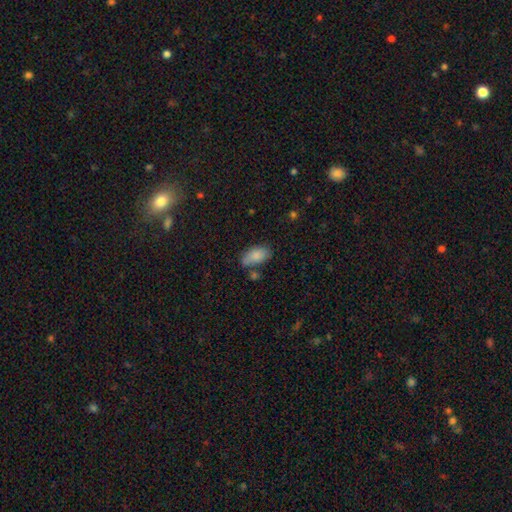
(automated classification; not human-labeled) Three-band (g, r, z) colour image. It shows a smooth galaxy with no disk features (84%) that is in between round and cigar-shaped (93%). Merging: none (61%).